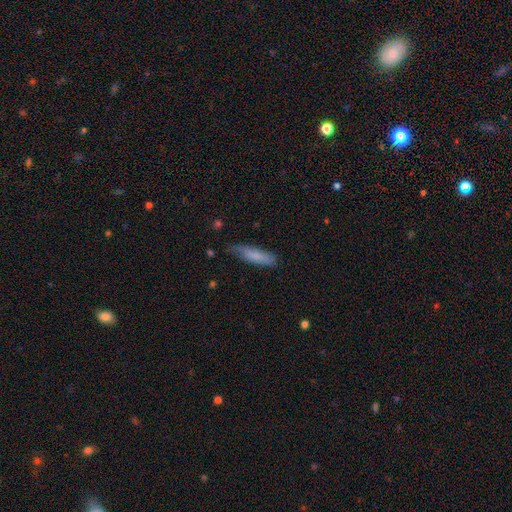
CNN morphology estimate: Overall: smooth (77%). How rounded: cigar-shaped (71%). Merging: none (69%).